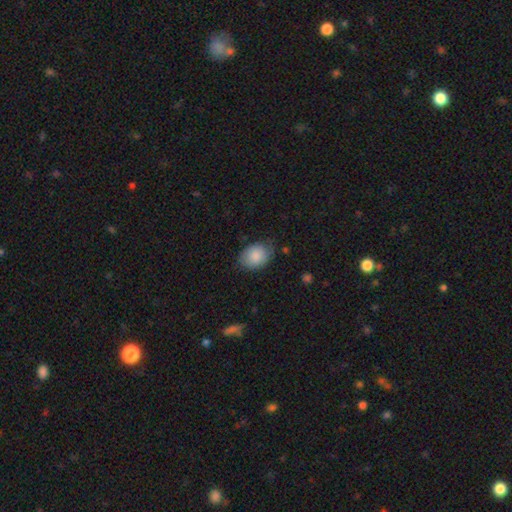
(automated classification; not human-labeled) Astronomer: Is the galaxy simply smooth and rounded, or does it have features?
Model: smooth — 86%.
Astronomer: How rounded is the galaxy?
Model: in between — 70%.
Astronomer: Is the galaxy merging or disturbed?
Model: none — 72%.